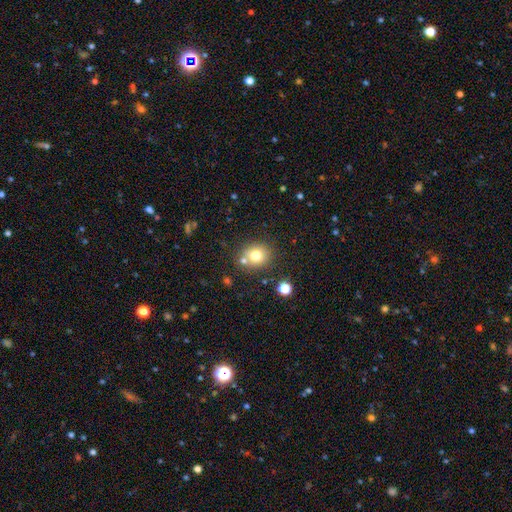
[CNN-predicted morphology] Smooth or featured?
  - smooth: 74% *
  - star or artifact: 13%
  - featured or disk: 12%
How rounded?
  - round: 77% *
  - in between: 22%
  - cigar-shaped: 1%
Merging?
  - none: 72% *
  - merger: 14%
  - minor disturbance: 11%
  - major disturbance: 4%